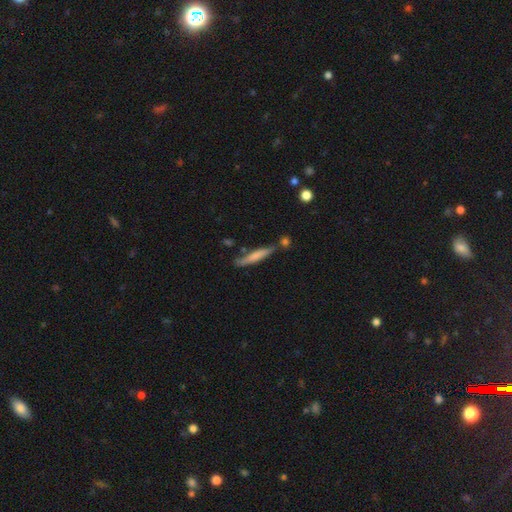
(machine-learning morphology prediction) Smooth or featured: smooth — 63% (featured or disk — 31%)
How rounded: cigar-shaped — 90% (in between — 8%)
Merging: none — 68% (minor disturbance — 18%)